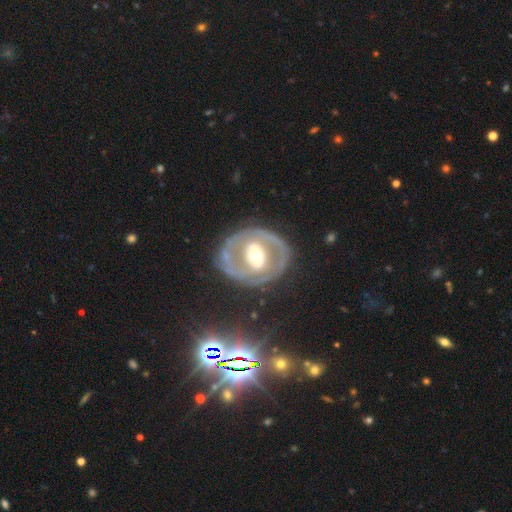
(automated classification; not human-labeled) smooth-or-featured: featured or disk: 75% | smooth: 19% | star or artifact: 6%
  disk-edge-on: no: 96% | yes: 4%
    bar: no: 39% | weak: 35% | strong: 27%
    has-spiral-arms: yes: 51% | no: 49%
    bulge-size: moderate: 70% | large: 14% | small: 13% | dominant: 1% | none: 1%
  merging: none: 70% | minor disturbance: 17% | major disturbance: 11% | merger: 2%